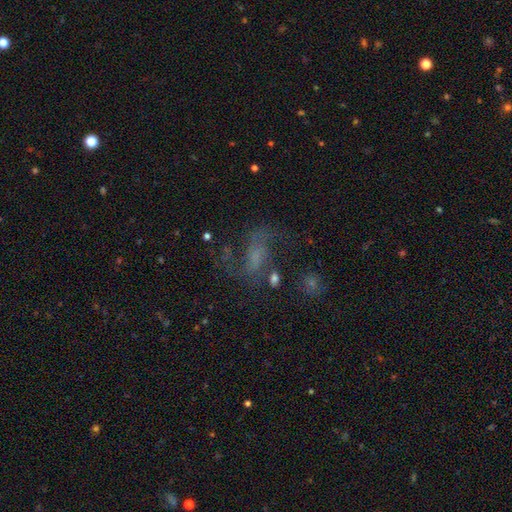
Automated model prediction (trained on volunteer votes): Smooth or featured?
  - featured or disk: 59% *
  - star or artifact: 21%
  - smooth: 19%
Edge-on disk?
  - no: 96% *
  - yes: 4%
Bar?
  - no: 44% *
  - weak: 40%
  - strong: 16%
Spiral arms?
  - yes: 82% *
  - no: 18%
Bulge size?
  - none: 38% *
  - small: 32%
  - moderate: 23%
  - large: 6%
  - dominant: 2%
Merging?
  - none: 50% *
  - major disturbance: 25%
  - minor disturbance: 17%
  - merger: 8%